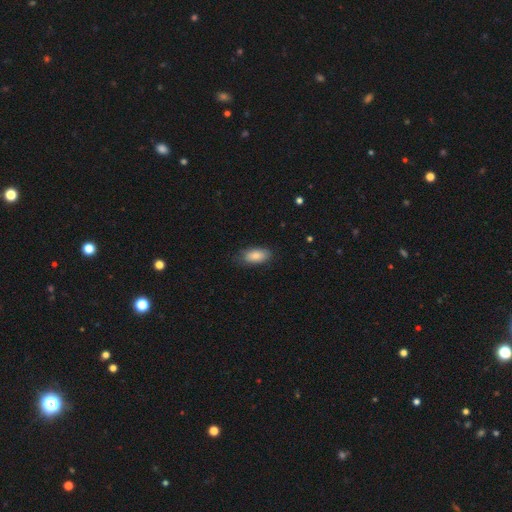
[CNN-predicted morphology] A smooth galaxy with no disk features (86%) that is in between round and cigar-shaped (90%).

Vote fractions:
- Smooth or featured? smooth: 86% / featured or disk: 8% / star or artifact: 7%
- How rounded? in between: 90% / cigar-shaped: 7% / round: 3%
- Merging? none: 77% / minor disturbance: 18% / major disturbance: 4% / merger: 1%